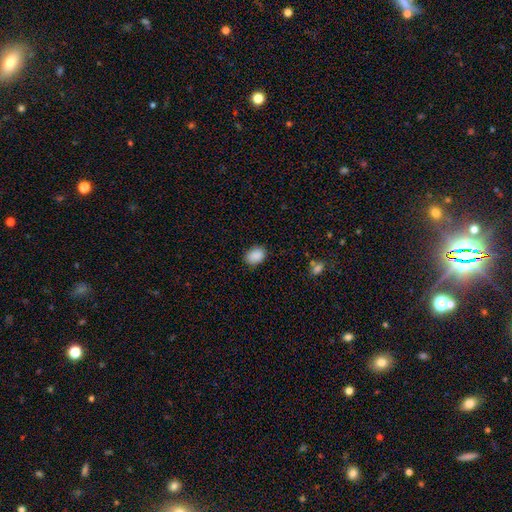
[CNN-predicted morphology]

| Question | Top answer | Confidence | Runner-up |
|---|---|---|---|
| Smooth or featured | smooth | 89% | star or artifact (8%) |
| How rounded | in between | 73% | round (26%) |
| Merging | none | 84% | minor disturbance (12%) |